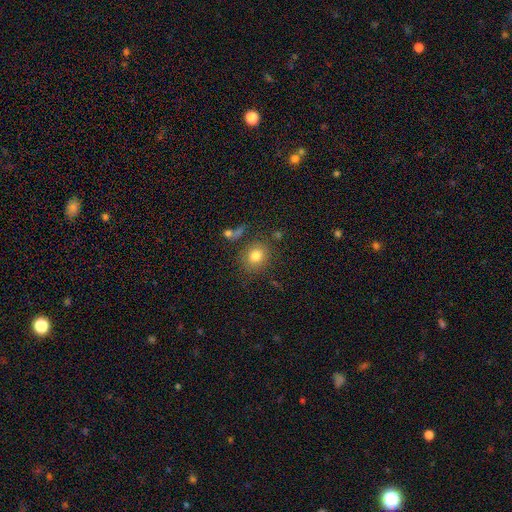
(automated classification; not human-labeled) Smooth or featured: smooth — 80% (star or artifact — 11%)
How rounded: round — 68% (in between — 31%)
Merging: none — 77% (minor disturbance — 12%)